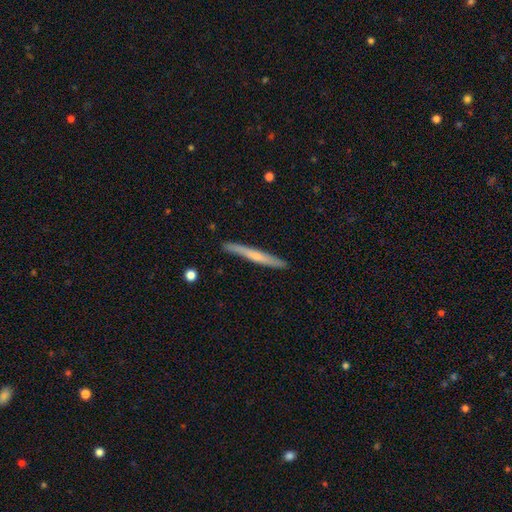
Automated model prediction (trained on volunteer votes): smooth-or-featured: featured or disk: 53% | smooth: 41% | star or artifact: 6%
  disk-edge-on: yes: 95% | no: 5%
    edge-on-bulge: none: 49% | rounded: 46% | boxy: 5%
  merging: none: 88% | minor disturbance: 9% | major disturbance: 2% | merger: 1%